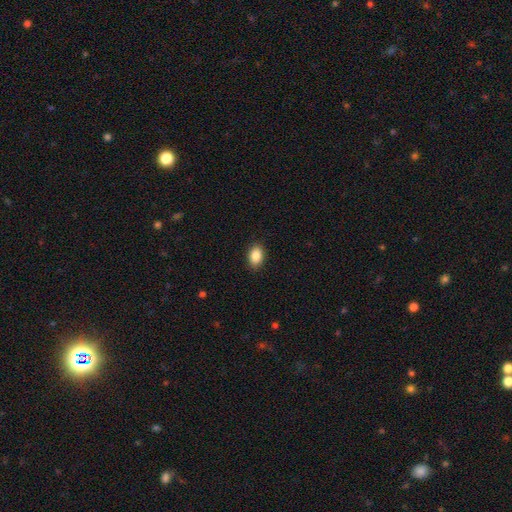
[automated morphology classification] Smooth or featured?
  - smooth: 87% *
  - star or artifact: 8%
  - featured or disk: 5%
How rounded?
  - in between: 84% *
  - round: 14%
  - cigar-shaped: 1%
Merging?
  - none: 89% *
  - minor disturbance: 8%
  - major disturbance: 2%
  - merger: 1%